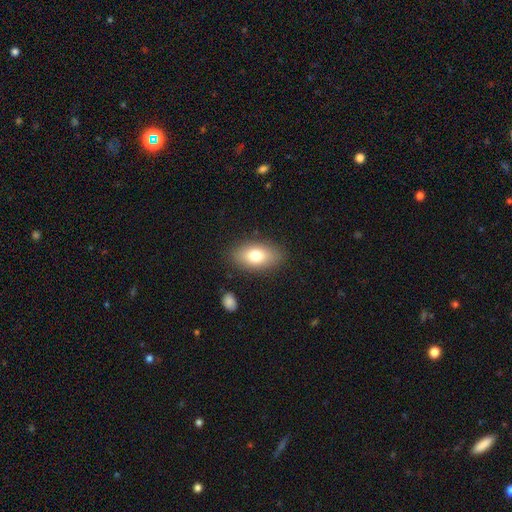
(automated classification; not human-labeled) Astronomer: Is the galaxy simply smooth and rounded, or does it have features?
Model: smooth — 76%.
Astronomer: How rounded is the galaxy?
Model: in between — 90%.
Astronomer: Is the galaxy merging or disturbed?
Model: none — 85%.